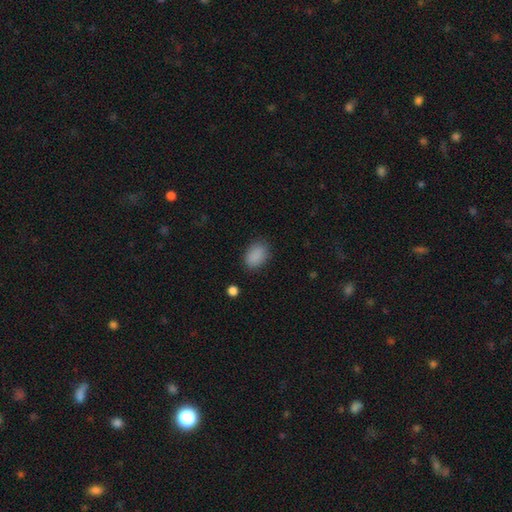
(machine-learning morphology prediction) smooth_or_featured: smooth (p=0.88) [alt: star or artifact p=0.09]
how_rounded: in between (p=0.83) [alt: round p=0.16]
merging: none (p=0.83) [alt: minor disturbance p=0.13]